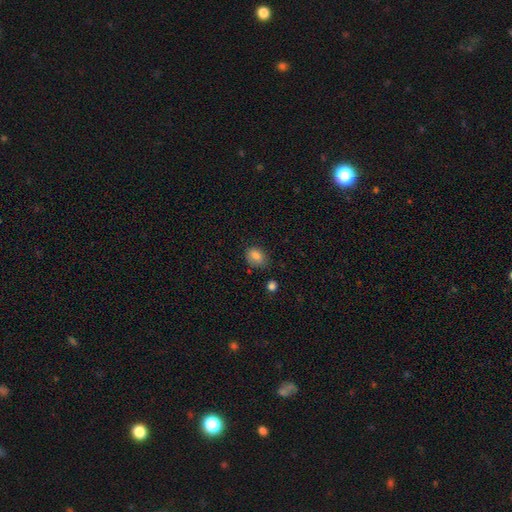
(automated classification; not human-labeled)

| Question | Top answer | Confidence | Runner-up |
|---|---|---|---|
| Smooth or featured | smooth | 82% | star or artifact (10%) |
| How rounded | in between | 67% | round (32%) |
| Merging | none | 66% | minor disturbance (25%) |